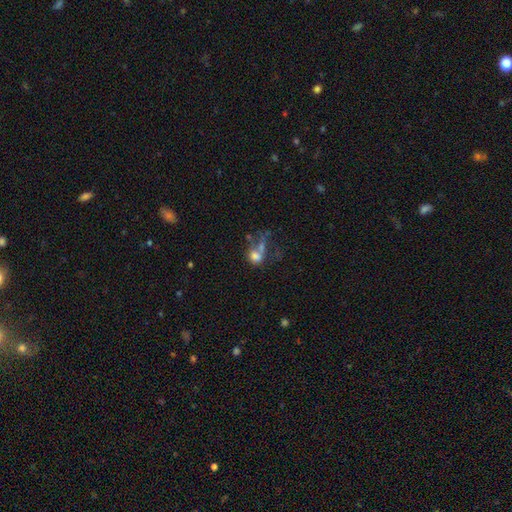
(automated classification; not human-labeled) smooth-or-featured: smooth: 58% | featured or disk: 26% | star or artifact: 16%
  how-rounded: in between: 58% | round: 40% | cigar-shaped: 2%
  merging: merger: 44% | major disturbance: 25% | none: 21% | minor disturbance: 11%